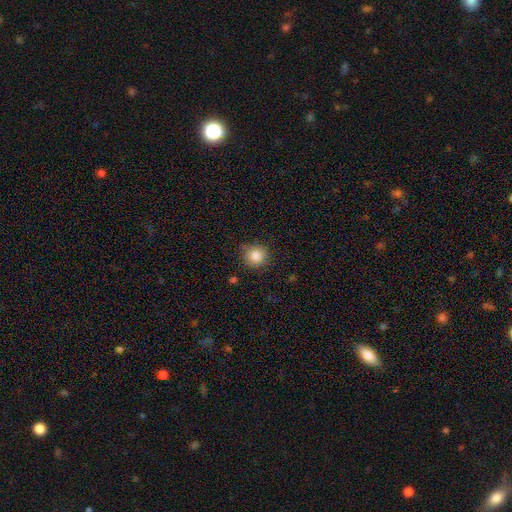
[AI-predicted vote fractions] smooth-or-featured: smooth: 85% | star or artifact: 10% | featured or disk: 5%
  how-rounded: round: 90% | in between: 9% | cigar-shaped: 1%
  merging: none: 78% | minor disturbance: 17% | major disturbance: 3% | merger: 2%